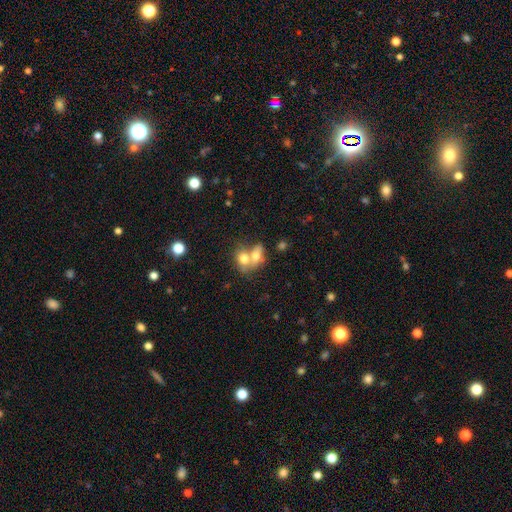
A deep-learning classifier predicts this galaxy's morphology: This is likely a smooth galaxy (72%). How rounded: likely in between (65%). Merging: likely merger (74%).